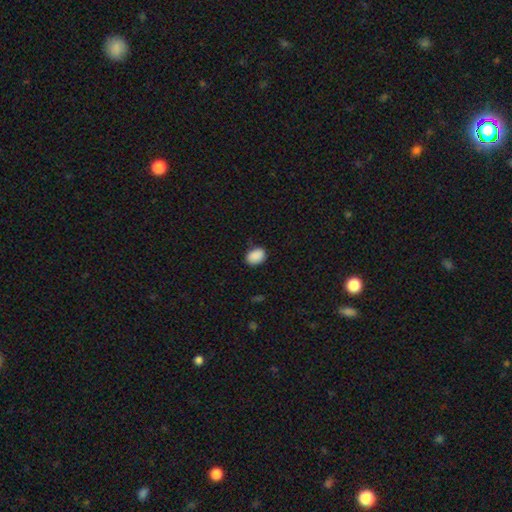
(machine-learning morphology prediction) Smooth or featured: smooth — 90% (star or artifact — 7%)
How rounded: in between — 77% (round — 22%)
Merging: none — 83% (minor disturbance — 14%)